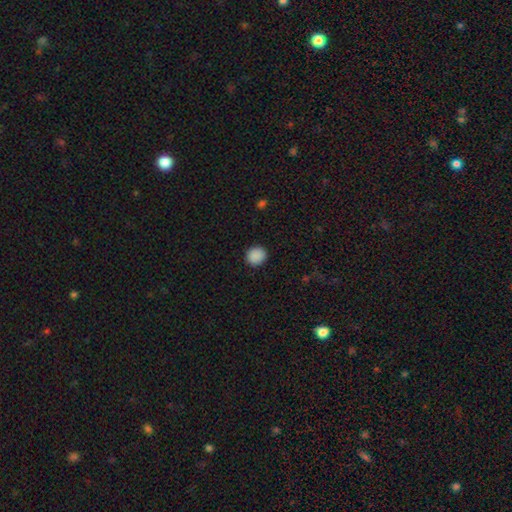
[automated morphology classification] This is clearly a smooth galaxy (89%). How rounded: clearly round (86%). Merging: clearly none (91%).